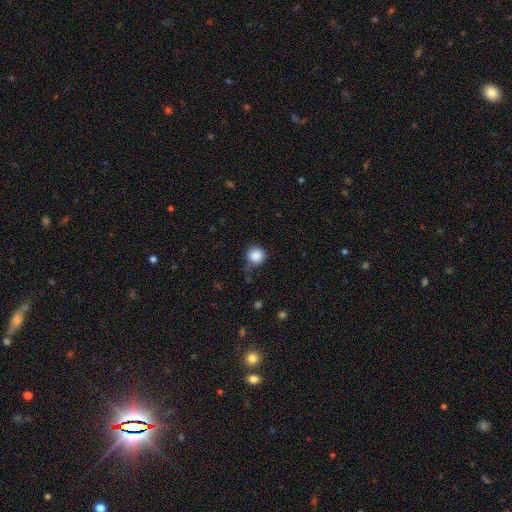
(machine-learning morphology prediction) The model was most divided on "merging": none: 76%, minor disturbance: 17%, major disturbance: 4%, merger: 2%. More confident: how rounded — round (94%); smooth or featured — smooth (87%).